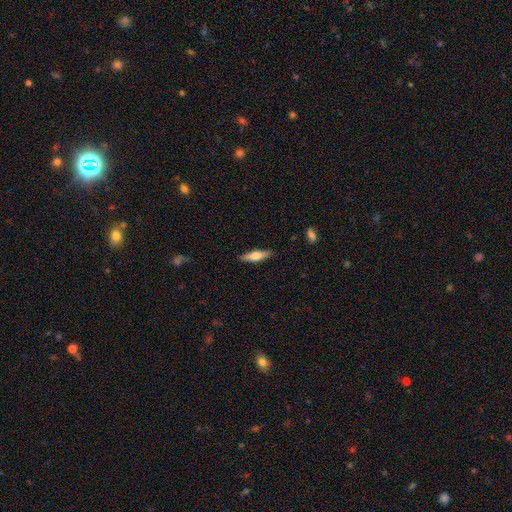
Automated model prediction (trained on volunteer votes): Overall: smooth (55%; featured or disk 39%). How rounded: cigar-shaped (66%; in between 32%). Merging: none (89%).